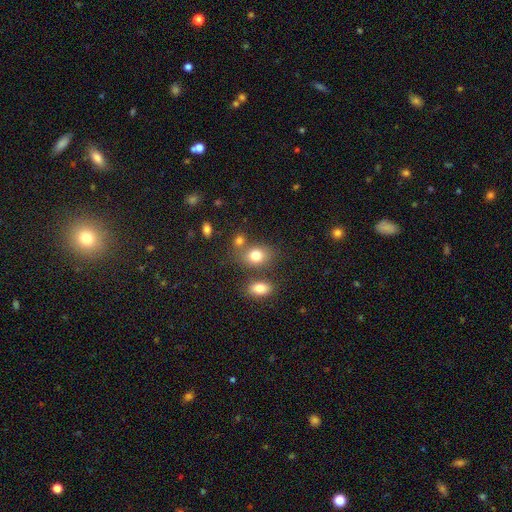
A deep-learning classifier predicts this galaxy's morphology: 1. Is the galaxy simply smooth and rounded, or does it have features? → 79% smooth, 11% star or artifact, 10% featured or disk.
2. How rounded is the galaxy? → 61% in between, 38% round, 1% cigar-shaped.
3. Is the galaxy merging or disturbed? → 60% none, 22% merger, 13% minor disturbance, 5% major disturbance.